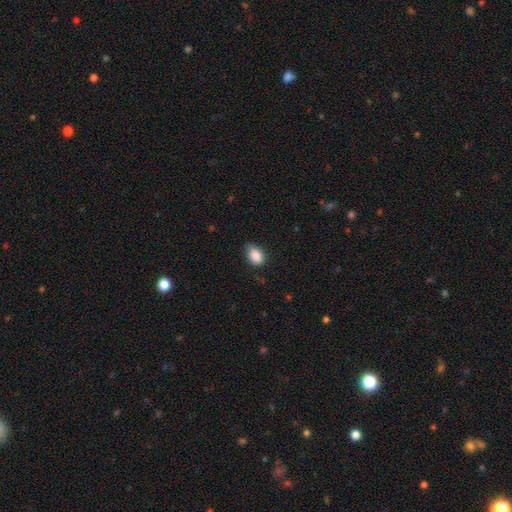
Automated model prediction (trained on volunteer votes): Morphology: type=smooth (87%); roundness=in between (82%); merging=none (68%).